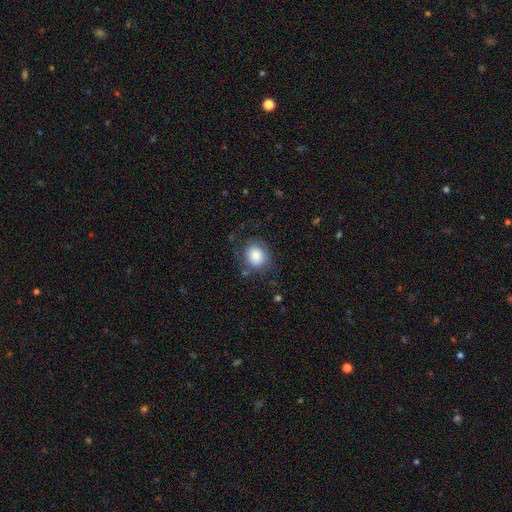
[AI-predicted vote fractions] A smooth galaxy with no disk features (74%) that is round (68%). Merging: none (63%).